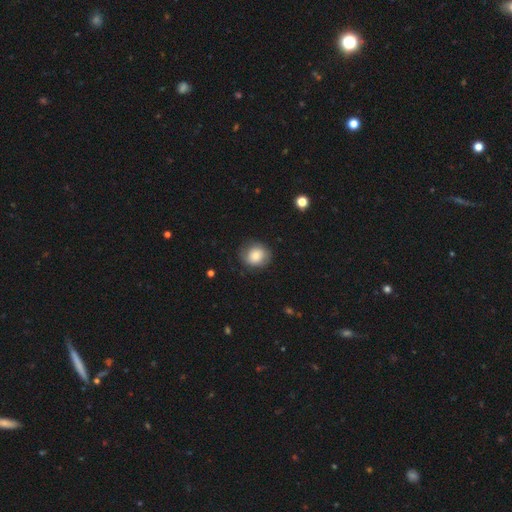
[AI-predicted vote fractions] Overall: smooth (74%). How rounded: round (77%). Merging: none (77%).